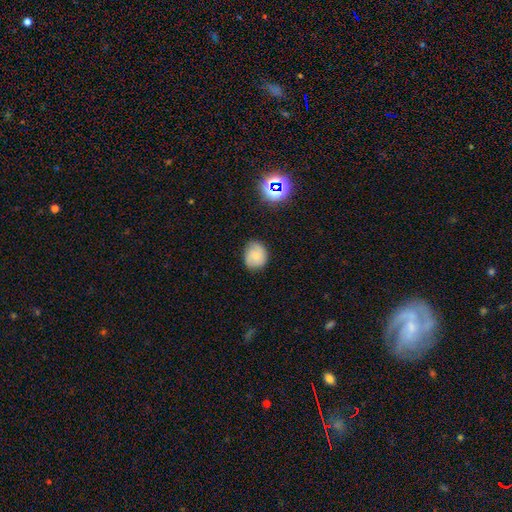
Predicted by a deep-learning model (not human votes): This is likely a smooth galaxy (69%). How rounded: likely round (72%). Merging: likely none (74%).